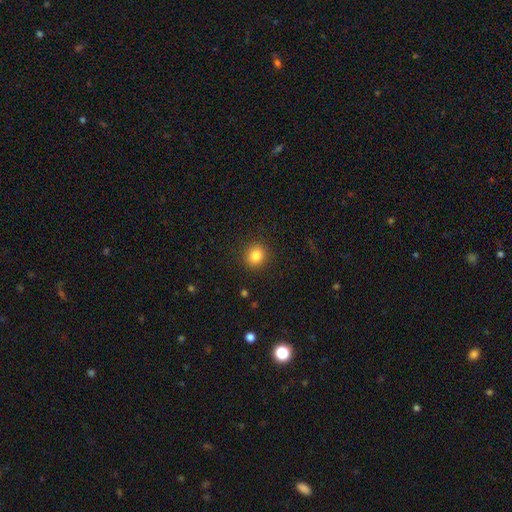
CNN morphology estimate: Smooth or featured? smooth (83%)
How rounded? round (85%)
Merging? none (90%)